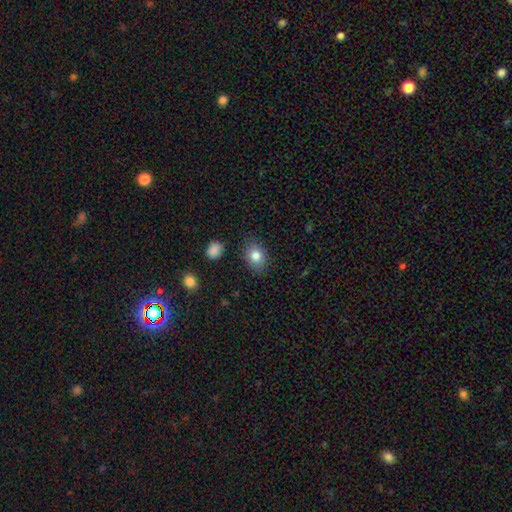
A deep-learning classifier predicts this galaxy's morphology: A smooth galaxy with no disk features (82%) that is in between round and cigar-shaped (66%).

Vote fractions:
- Smooth or featured? smooth: 82% / star or artifact: 9% / featured or disk: 9%
- How rounded? in between: 66% / round: 33% / cigar-shaped: 1%
- Merging? none: 83% / minor disturbance: 13% / major disturbance: 3% / merger: 1%